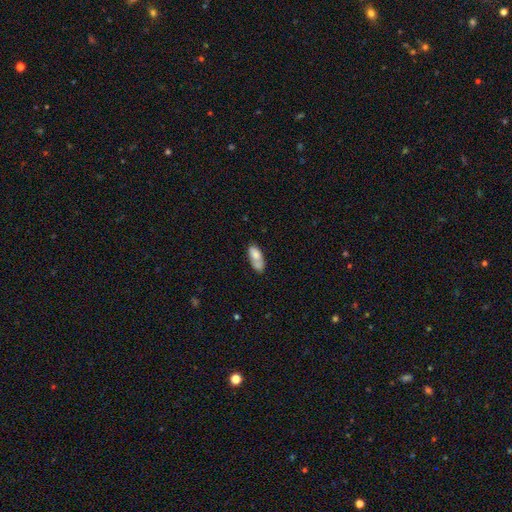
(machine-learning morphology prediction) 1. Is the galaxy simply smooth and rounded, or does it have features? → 73% smooth, 20% featured or disk, 7% star or artifact.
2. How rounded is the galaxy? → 84% in between, 13% cigar-shaped, 3% round.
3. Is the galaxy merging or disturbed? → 44% none, 24% merger, 23% minor disturbance, 9% major disturbance.